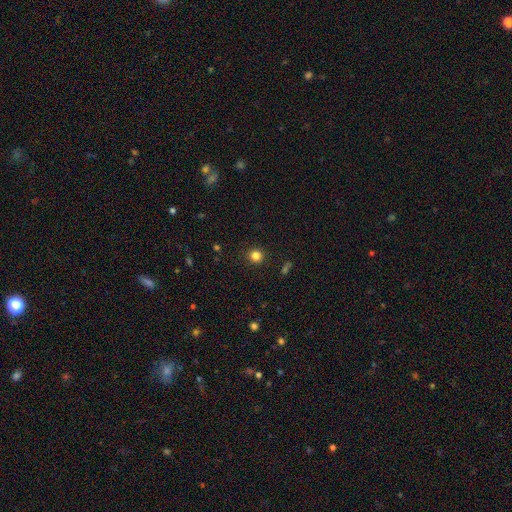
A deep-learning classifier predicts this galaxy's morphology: The model was most divided on "smooth or featured": smooth: 82%, star or artifact: 13%, featured or disk: 5%. More confident: how rounded — round (94%); merging — none (92%).